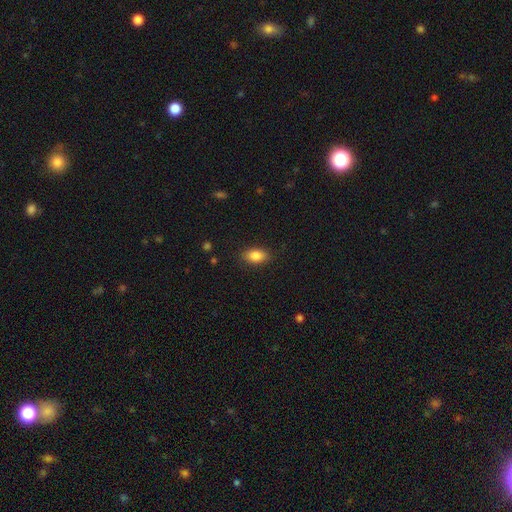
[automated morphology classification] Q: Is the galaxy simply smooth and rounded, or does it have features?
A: smooth — 85%.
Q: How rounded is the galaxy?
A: in between — 88%.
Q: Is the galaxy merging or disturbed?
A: none — 86%.